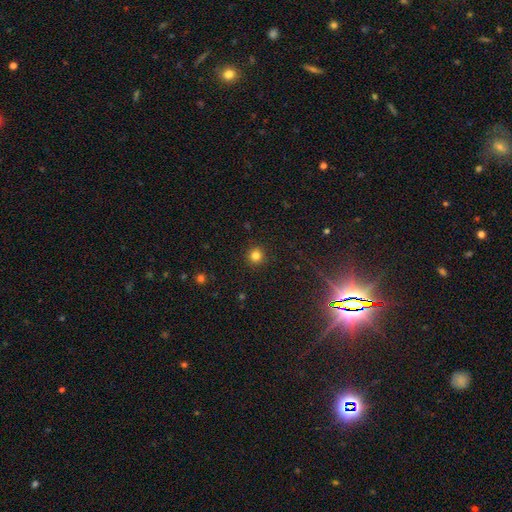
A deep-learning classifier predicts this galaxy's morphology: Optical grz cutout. It shows a smooth galaxy with no disk features (81%) that is round (94%). Merging: none (92%).